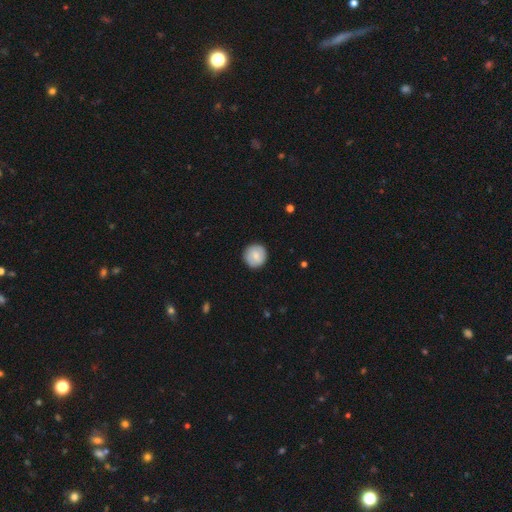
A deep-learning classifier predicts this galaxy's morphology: This appears to be a smooth galaxy with no disk features (78%) that is round (95%). Merging: none (90%).